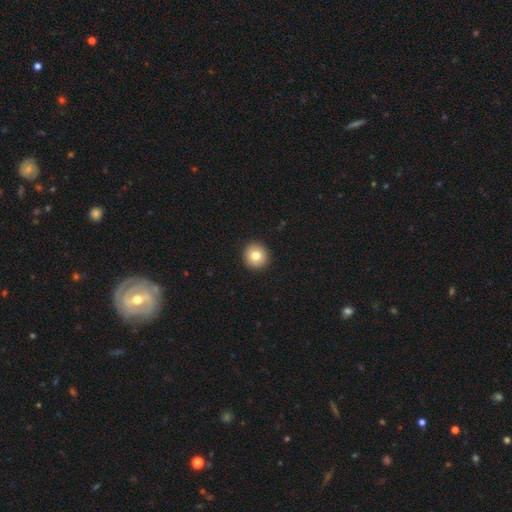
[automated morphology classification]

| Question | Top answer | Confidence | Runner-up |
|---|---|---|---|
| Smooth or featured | smooth | 79% | featured or disk (11%) |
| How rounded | round | 95% | in between (5%) |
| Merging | none | 93% | minor disturbance (4%) |